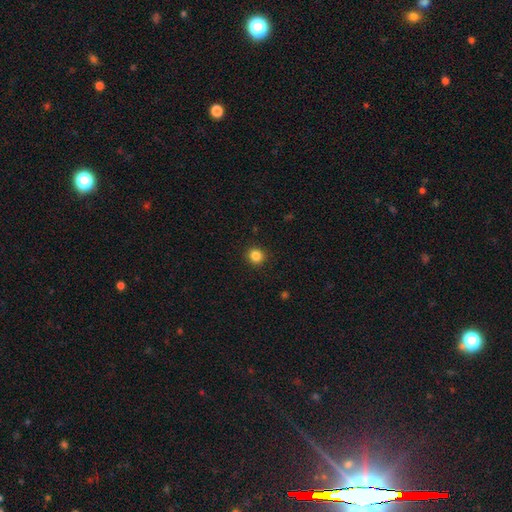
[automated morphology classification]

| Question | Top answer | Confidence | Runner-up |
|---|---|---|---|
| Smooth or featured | smooth | 85% | star or artifact (11%) |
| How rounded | round | 90% | in between (9%) |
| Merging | none | 92% | minor disturbance (5%) |